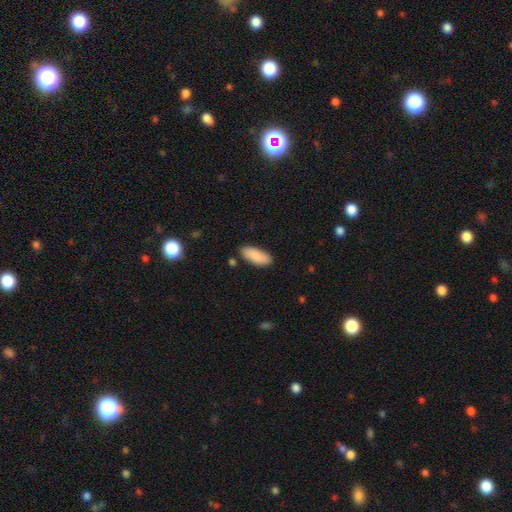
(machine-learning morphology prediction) smooth_or_featured: smooth (p=0.88) [alt: featured or disk p=0.06]
how_rounded: in between (p=0.81) [alt: cigar-shaped p=0.17]
merging: none (p=0.85) [alt: minor disturbance p=0.11]